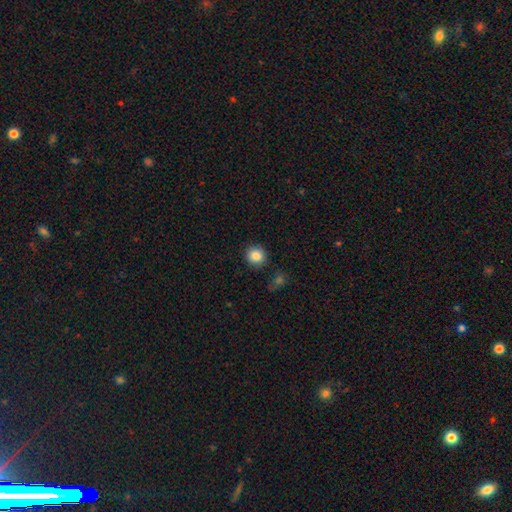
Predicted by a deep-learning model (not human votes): Smooth or featured: smooth — 86% (star or artifact — 9%)
How rounded: round — 90% (in between — 9%)
Merging: none — 87% (minor disturbance — 8%)